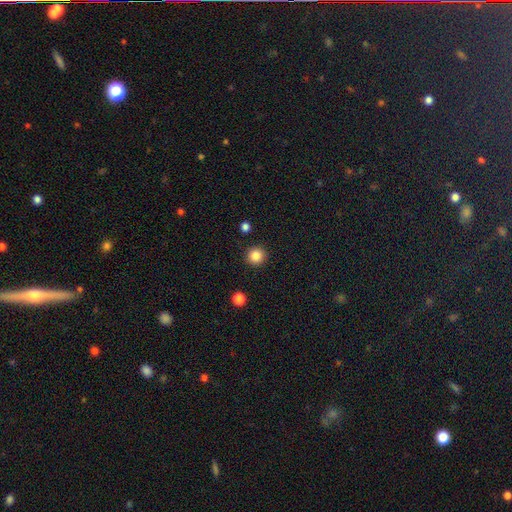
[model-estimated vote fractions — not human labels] The model was most divided on "smooth or featured": smooth: 86%, star or artifact: 11%, featured or disk: 4%. More confident: how rounded — round (95%); merging — none (92%).